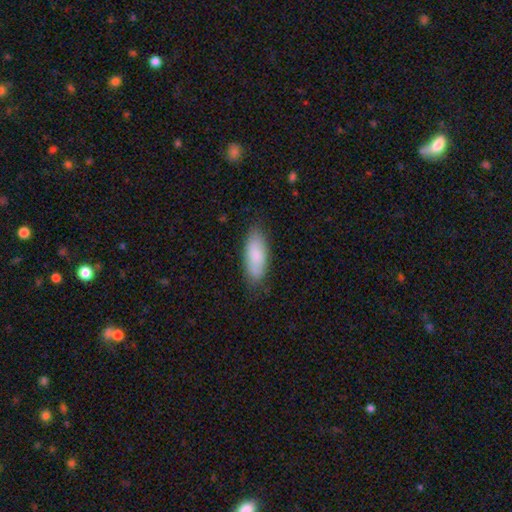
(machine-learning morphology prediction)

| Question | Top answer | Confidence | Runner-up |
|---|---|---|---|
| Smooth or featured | smooth | 83% | featured or disk (12%) |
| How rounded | in between | 75% | cigar-shaped (24%) |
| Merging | none | 79% | minor disturbance (16%) |